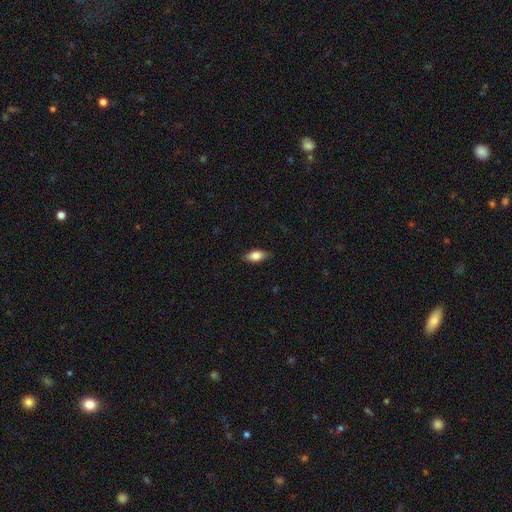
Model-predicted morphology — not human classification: Overall: smooth (78%). How rounded: in between (85%). Merging: none (86%).